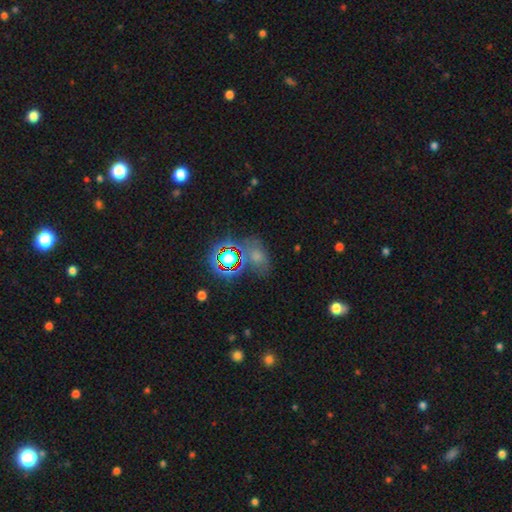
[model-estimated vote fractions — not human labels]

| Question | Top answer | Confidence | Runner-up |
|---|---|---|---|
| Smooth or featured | smooth | 49% | star or artifact (35%) |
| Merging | none | 58% | minor disturbance (19%) |